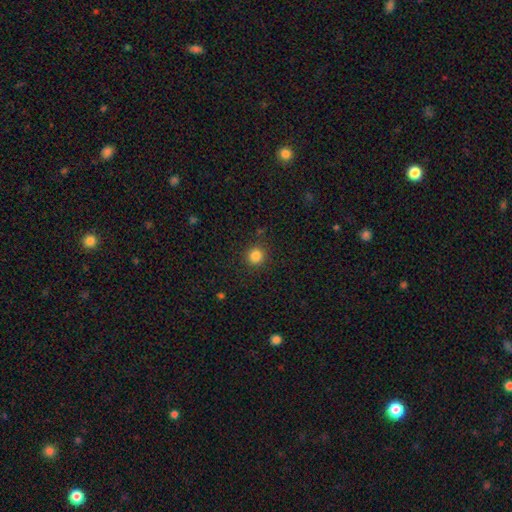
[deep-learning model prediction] The model was most divided on "smooth or featured": smooth: 84%, star or artifact: 12%, featured or disk: 4%. More confident: how rounded — round (93%); merging — none (89%).